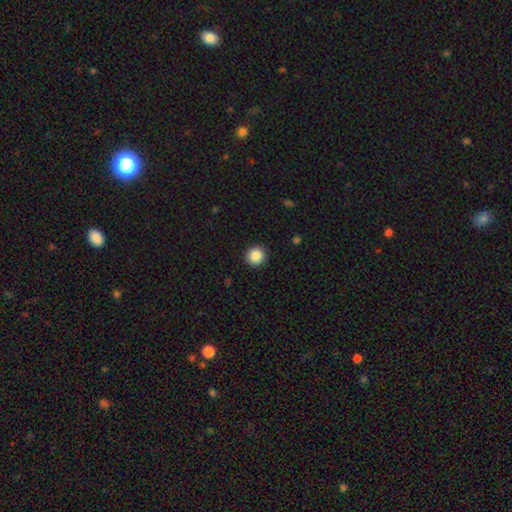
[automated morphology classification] smooth_or_featured: smooth (p=0.87) [alt: star or artifact p=0.09]
how_rounded: round (p=0.94) [alt: in between p=0.05]
merging: none (p=0.92) [alt: minor disturbance p=0.05]